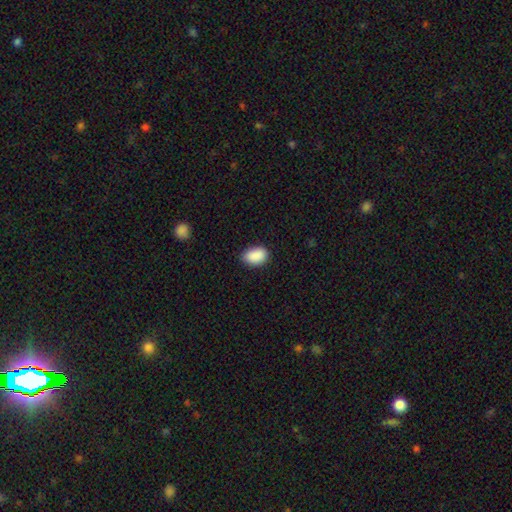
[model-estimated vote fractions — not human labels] This appears to be a smooth galaxy with no disk features (90%) that is in between round and cigar-shaped (87%). Merging: none (81%).